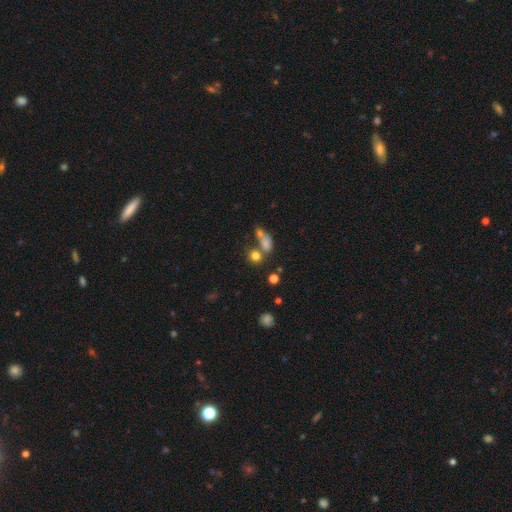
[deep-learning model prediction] The model was most divided on "merging": none: 49%, merger: 34%, minor disturbance: 10%, major disturbance: 7%. More confident: smooth or featured — smooth (75%); how rounded — round (72%).